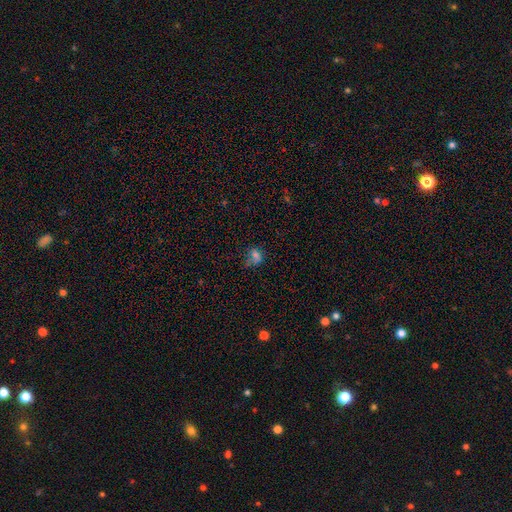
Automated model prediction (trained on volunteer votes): The model was most divided on "how rounded": in between: 54%, round: 43%, cigar-shaped: 3%. Remaining: smooth or featured — smooth (62%); merging — none (42%).